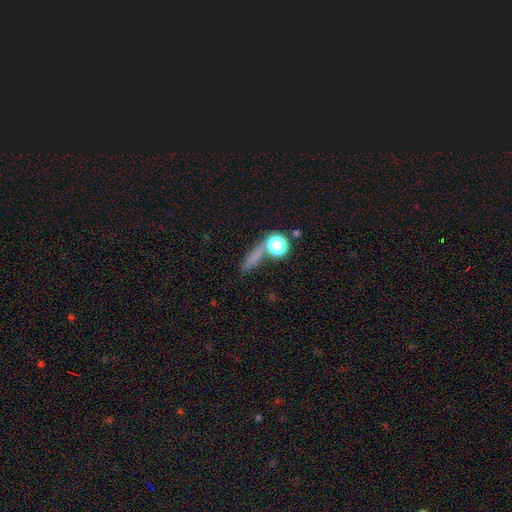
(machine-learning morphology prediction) Q: Smooth or featured?
A: smooth (60%); runner-up: star or artifact (25%)
Q: How rounded?
A: cigar-shaped (45%); runner-up: round (34%)
Q: Merging?
A: none (62%); runner-up: merger (15%)